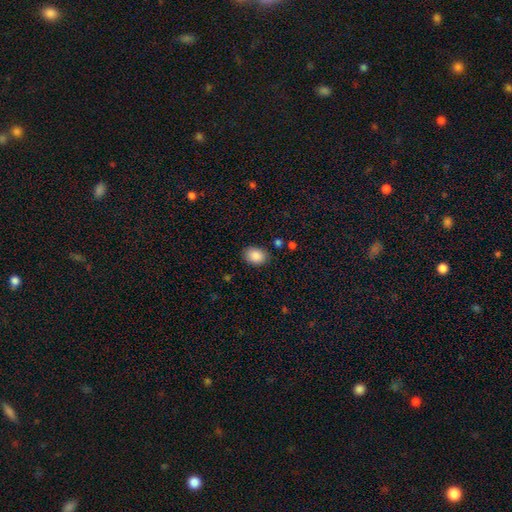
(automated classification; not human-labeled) Smooth or featured? Predicted: smooth (p=0.88). How rounded? Predicted: in between (p=0.72). Merging? Predicted: none (p=0.86).